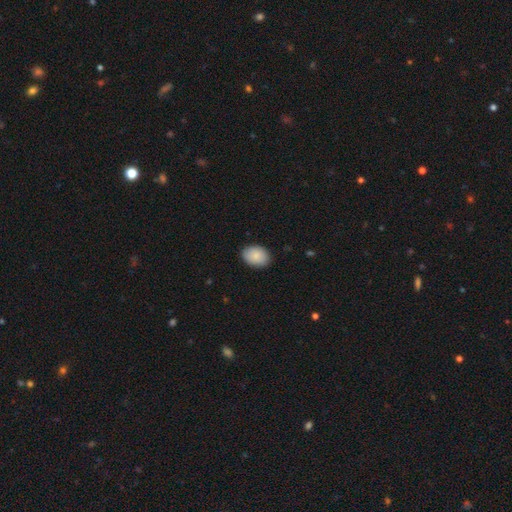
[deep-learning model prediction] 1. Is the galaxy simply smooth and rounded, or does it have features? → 89% smooth, 6% star or artifact, 5% featured or disk.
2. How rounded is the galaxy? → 75% in between, 24% round, 1% cigar-shaped.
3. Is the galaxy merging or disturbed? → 88% none, 9% minor disturbance, 2% major disturbance, 1% merger.